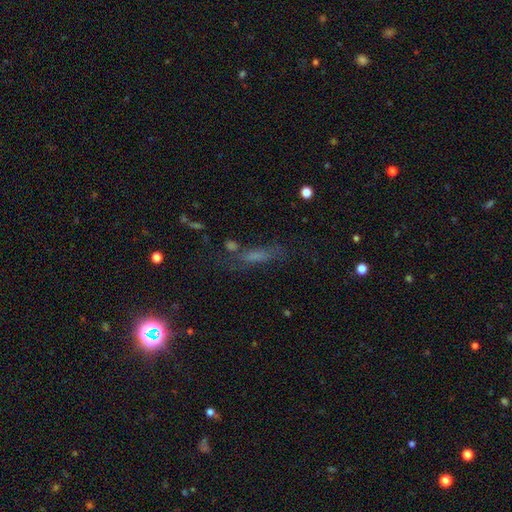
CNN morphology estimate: smooth 43%, star or artifact 29%, featured or disk 28%. Down the decision tree: merging — none (55%).